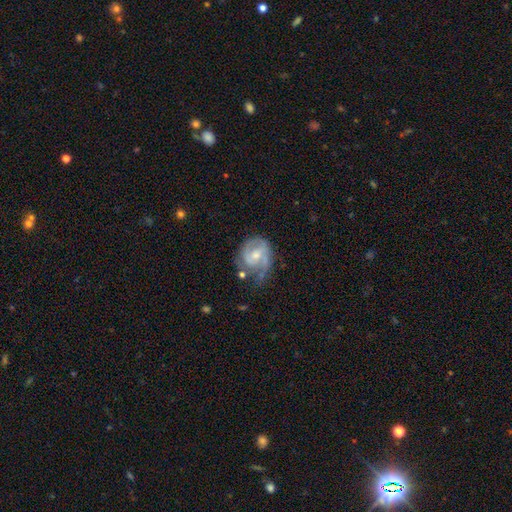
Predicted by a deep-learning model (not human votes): Smooth or featured: featured or disk — 76% (smooth — 18%)
Edge-on disk: no — 98% (yes — 2%)
Bar: no — 46% (weak — 45%)
Spiral arms: yes — 89% (no — 11%)
Spiral winding: medium — 44% (tight — 40%)
Spiral arm count: 2 — 57% (can't tell — 17%)
Bulge size: moderate — 51% (small — 41%)
Merging: none — 46% (minor disturbance — 29%)